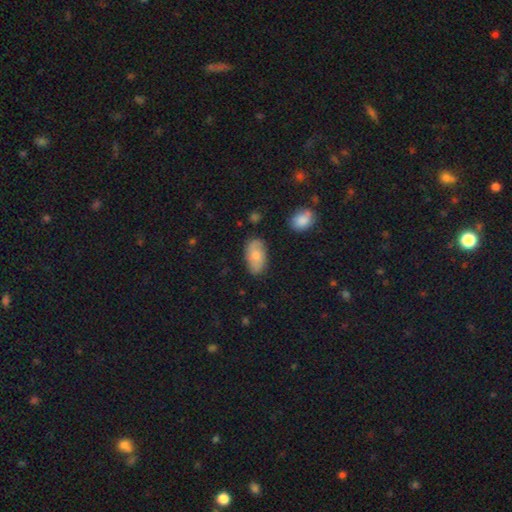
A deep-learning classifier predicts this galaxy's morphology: Q: Smooth or featured?
A: smooth (68%); runner-up: featured or disk (25%)
Q: How rounded?
A: in between (93%); runner-up: round (4%)
Q: Merging?
A: none (76%); runner-up: minor disturbance (18%)